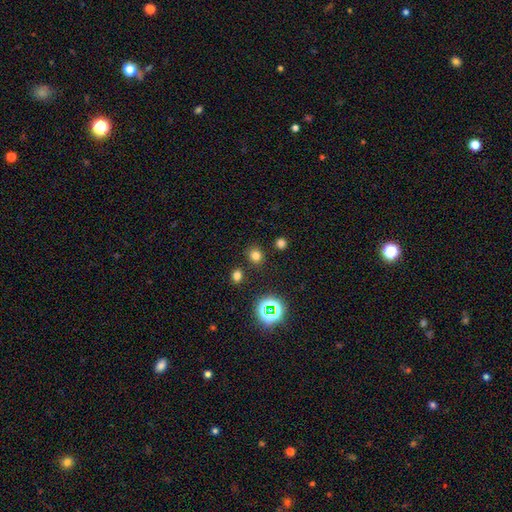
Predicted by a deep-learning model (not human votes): Smooth or featured?
  - smooth: 72% *
  - star or artifact: 22%
  - featured or disk: 6%
How rounded?
  - round: 82% *
  - in between: 17%
  - cigar-shaped: 1%
Merging?
  - none: 84% *
  - minor disturbance: 7%
  - merger: 6%
  - major disturbance: 3%